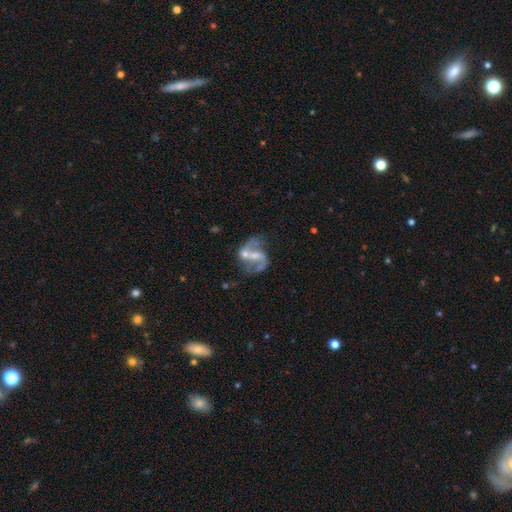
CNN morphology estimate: Smooth or featured? featured or disk (81%)
Edge-on disk? no (98%)
Bar? weak (44%)
Spiral arms? yes (87%)
Spiral winding? loose (53%)
Spiral arm count? 2 (86%)
Bulge size? small (41%)
Merging? none (41%)